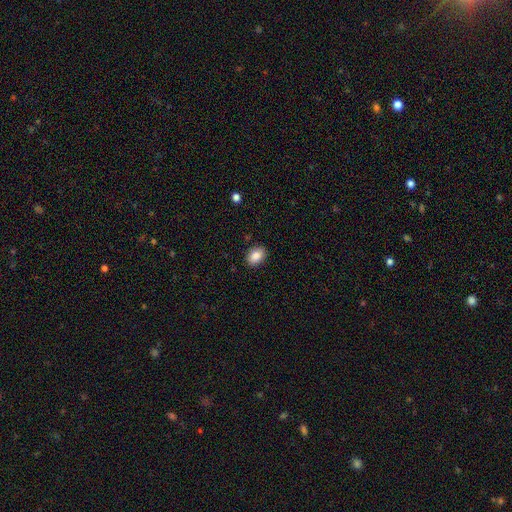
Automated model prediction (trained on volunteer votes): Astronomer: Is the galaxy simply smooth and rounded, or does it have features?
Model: smooth — 85%.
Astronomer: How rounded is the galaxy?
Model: in between — 76%.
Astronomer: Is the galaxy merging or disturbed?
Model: none — 89%.